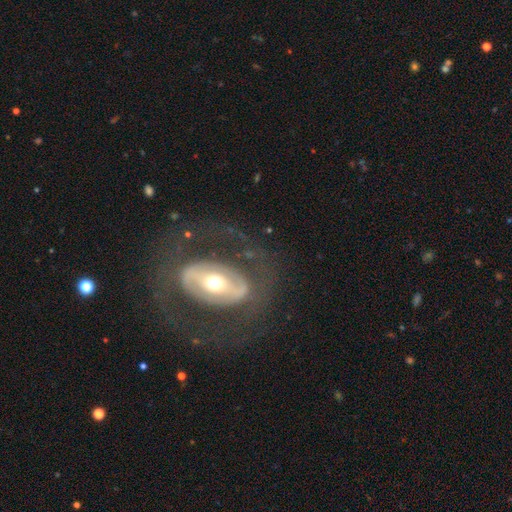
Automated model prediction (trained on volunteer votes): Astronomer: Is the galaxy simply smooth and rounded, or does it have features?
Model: featured or disk — 75%.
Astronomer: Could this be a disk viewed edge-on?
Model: no — 92%.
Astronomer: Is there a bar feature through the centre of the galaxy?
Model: no — 44% (runner-up: strong, 31%).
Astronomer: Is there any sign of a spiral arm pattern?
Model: no — 53% (runner-up: yes, 47%).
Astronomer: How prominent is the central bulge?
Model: moderate — 57%.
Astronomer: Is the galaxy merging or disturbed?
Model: none — 78%.